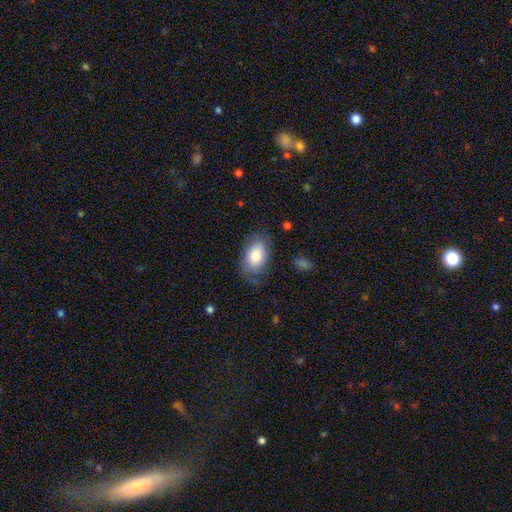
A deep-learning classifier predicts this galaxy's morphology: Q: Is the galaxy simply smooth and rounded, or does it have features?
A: smooth — 79%.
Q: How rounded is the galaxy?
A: in between — 92%.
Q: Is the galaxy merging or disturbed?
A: none — 65%.